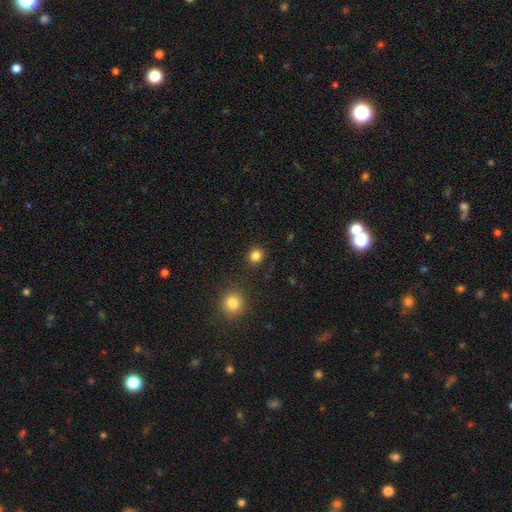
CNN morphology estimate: Smooth or featured?
  - smooth: 83% *
  - star or artifact: 13%
  - featured or disk: 4%
How rounded?
  - round: 86% *
  - in between: 13%
  - cigar-shaped: 1%
Merging?
  - none: 89% *
  - minor disturbance: 6%
  - merger: 2%
  - major disturbance: 2%